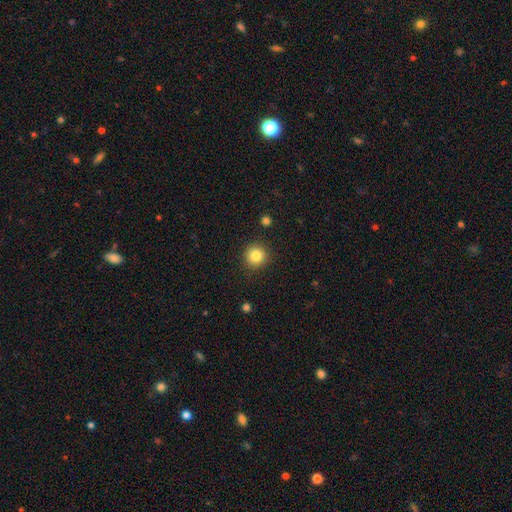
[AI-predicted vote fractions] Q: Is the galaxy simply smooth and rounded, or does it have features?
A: smooth — 83%.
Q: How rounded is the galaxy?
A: round — 93%.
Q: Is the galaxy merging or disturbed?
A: none — 89%.